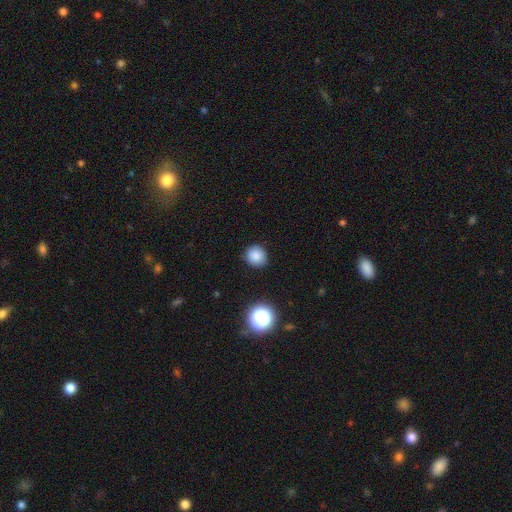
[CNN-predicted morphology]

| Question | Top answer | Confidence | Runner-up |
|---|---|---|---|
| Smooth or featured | smooth | 83% | star or artifact (12%) |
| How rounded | round | 89% | in between (10%) |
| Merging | none | 88% | minor disturbance (8%) |